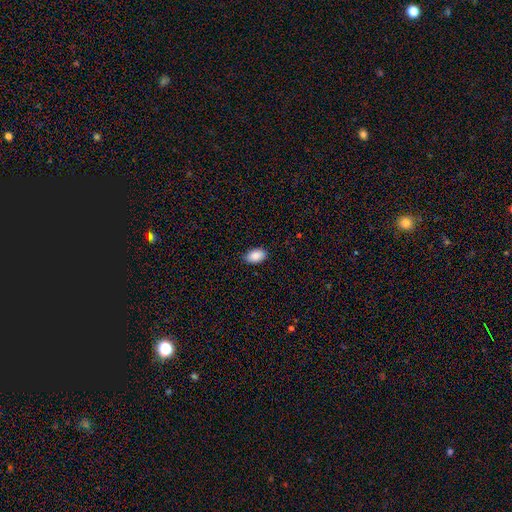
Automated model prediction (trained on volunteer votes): The model was most divided on "merging": none: 86%, minor disturbance: 11%, major disturbance: 2%, merger: 1%. More confident: how rounded — in between (93%); smooth or featured — smooth (90%).